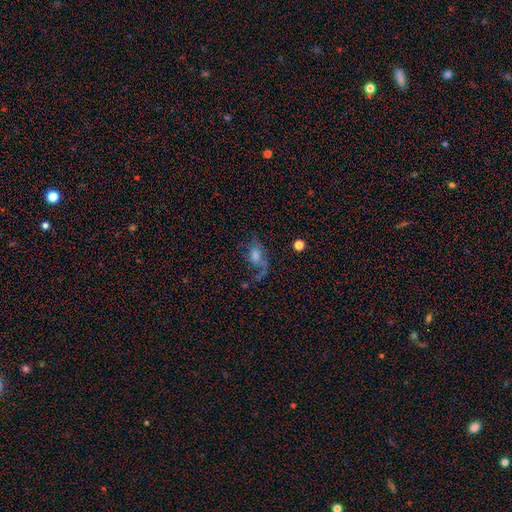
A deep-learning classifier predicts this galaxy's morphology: This is possibly a featured or disk galaxy (50%). It is clearly not viewed edge-on (92%). Merging: marginally none (38%).